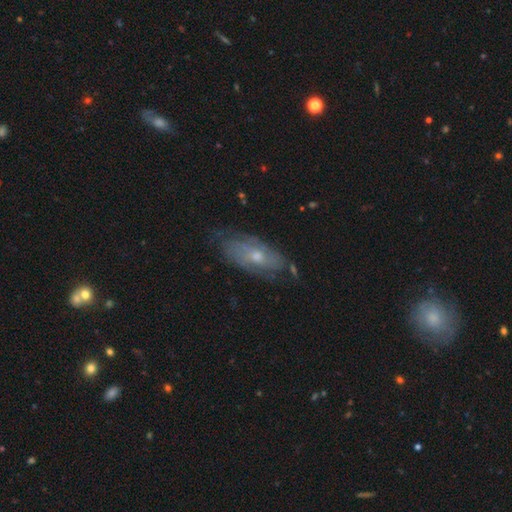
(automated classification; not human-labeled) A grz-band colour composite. It shows a featured or disk galaxy (59%). Merging: none (62%).